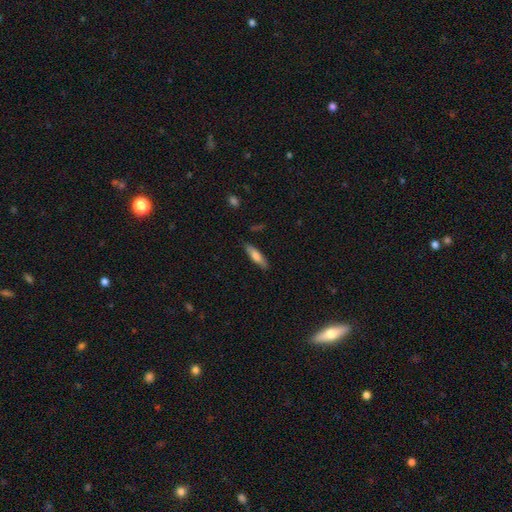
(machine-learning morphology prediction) smooth 72%, featured or disk 22%, star or artifact 6%. Down the decision tree: how rounded — cigar-shaped (69%); merging — none (86%).